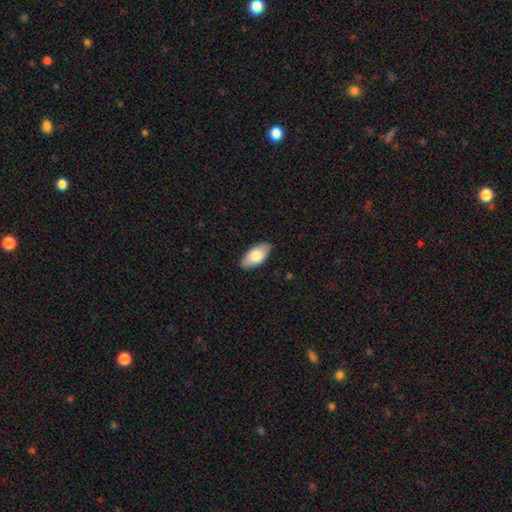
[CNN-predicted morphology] The model was most divided on "smooth or featured": smooth: 80%, featured or disk: 14%, star or artifact: 6%. More confident: how rounded — in between (94%); merging — none (87%).